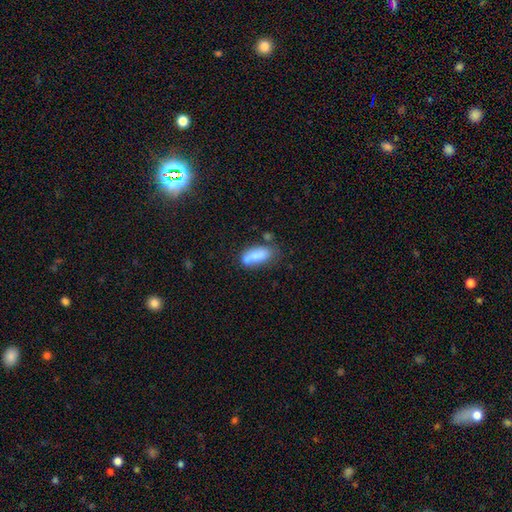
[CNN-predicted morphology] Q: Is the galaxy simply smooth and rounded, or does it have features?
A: smooth — 74%.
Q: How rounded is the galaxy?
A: in between — 80%.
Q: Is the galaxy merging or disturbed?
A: none — 43%.